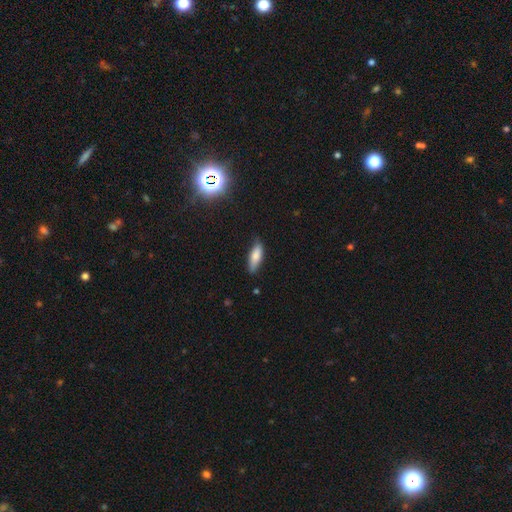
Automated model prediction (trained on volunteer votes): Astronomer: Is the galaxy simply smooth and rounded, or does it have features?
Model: smooth — 78%.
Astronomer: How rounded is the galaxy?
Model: in between — 54% (runner-up: cigar-shaped, 44%).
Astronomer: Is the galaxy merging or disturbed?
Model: none — 76%.